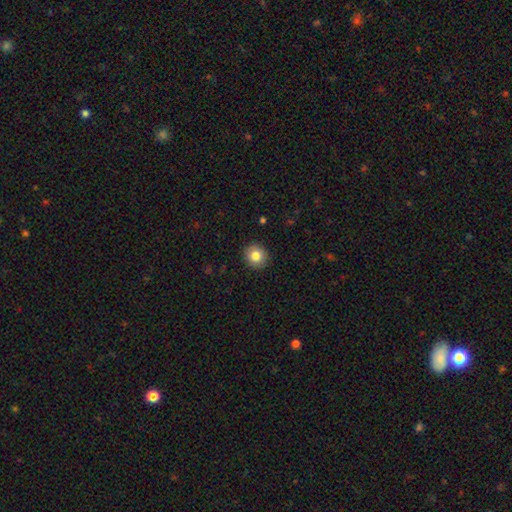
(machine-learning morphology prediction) smooth-or-featured: smooth: 82% | star or artifact: 10% | featured or disk: 8%
  how-rounded: round: 87% | in between: 12% | cigar-shaped: 1%
  merging: none: 92% | minor disturbance: 6% | major disturbance: 2% | merger: 1%